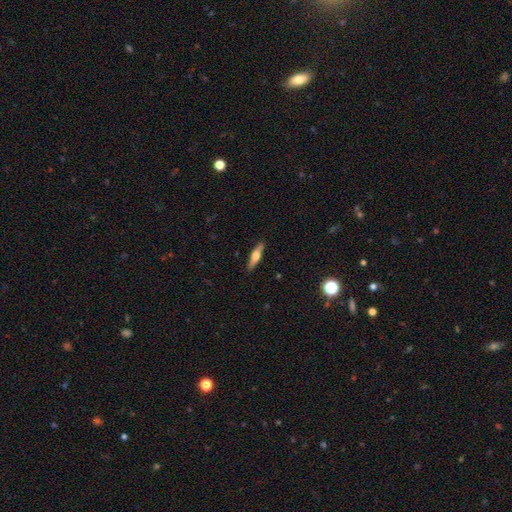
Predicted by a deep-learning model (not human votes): Q: Smooth or featured?
A: featured or disk (53%); runner-up: smooth (41%)
Q: Edge-on disk?
A: yes (94%); runner-up: no (6%)
Q: Merging?
A: none (89%); runner-up: minor disturbance (8%)